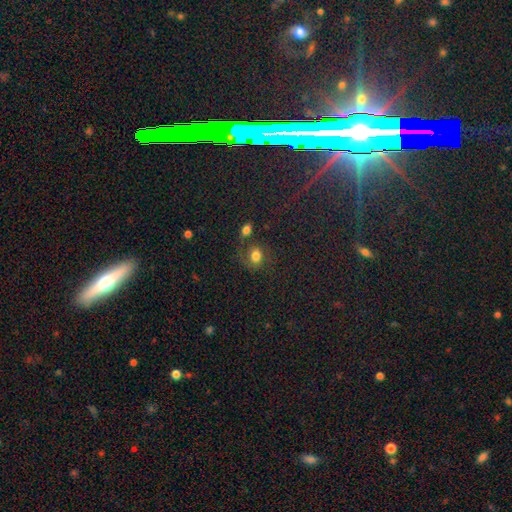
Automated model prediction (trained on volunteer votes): Overall: smooth (69%). How rounded: round (54%; in between 45%). Merging: none (51%; merger 20%).